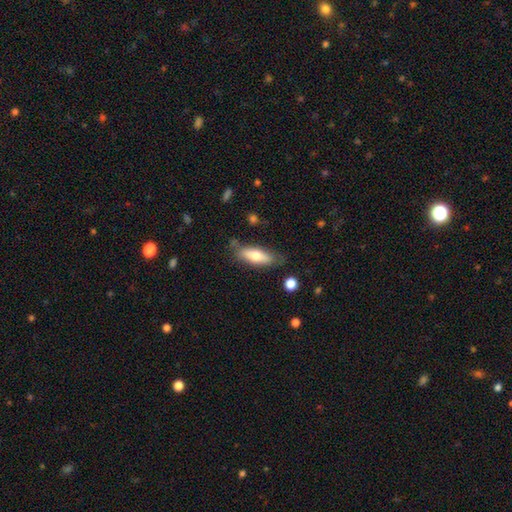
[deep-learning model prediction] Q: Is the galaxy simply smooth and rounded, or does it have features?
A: smooth — 64%.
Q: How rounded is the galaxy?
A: in between — 59%.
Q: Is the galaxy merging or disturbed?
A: none — 73%.